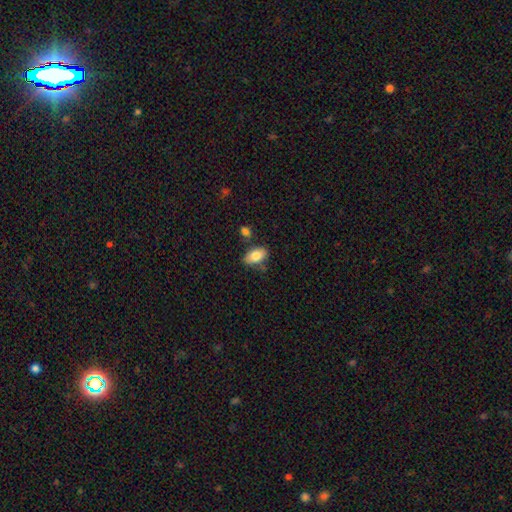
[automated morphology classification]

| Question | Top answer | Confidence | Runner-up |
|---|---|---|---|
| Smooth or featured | smooth | 82% | featured or disk (11%) |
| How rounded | in between | 92% | round (5%) |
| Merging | none | 73% | minor disturbance (16%) |